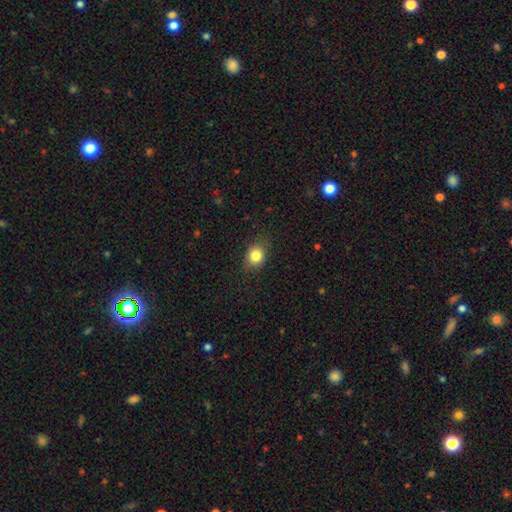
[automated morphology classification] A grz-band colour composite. It shows a smooth galaxy with no disk features (83%) that is round (57%). Merging: none (80%).